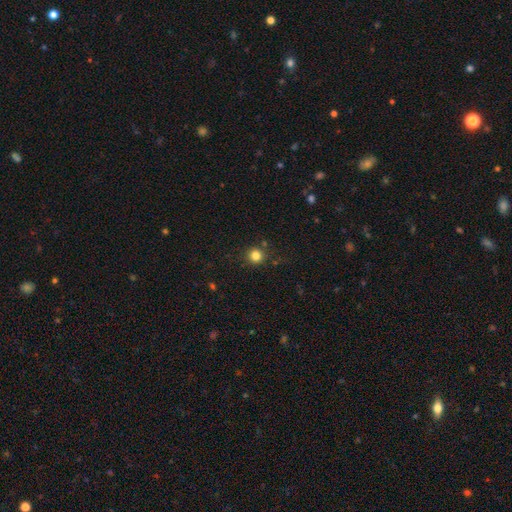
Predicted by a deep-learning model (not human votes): A smooth galaxy with no disk features (82%) that is round (93%). Merging: none (87%).